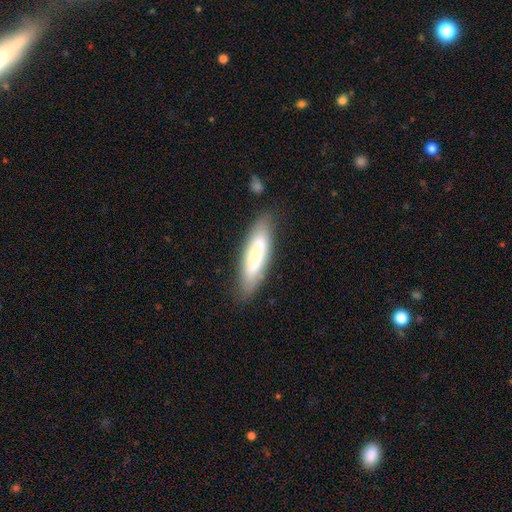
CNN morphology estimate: This appears to be a smooth galaxy with no disk features (62%) that is cigar-shaped (58%). Merging: none (75%).